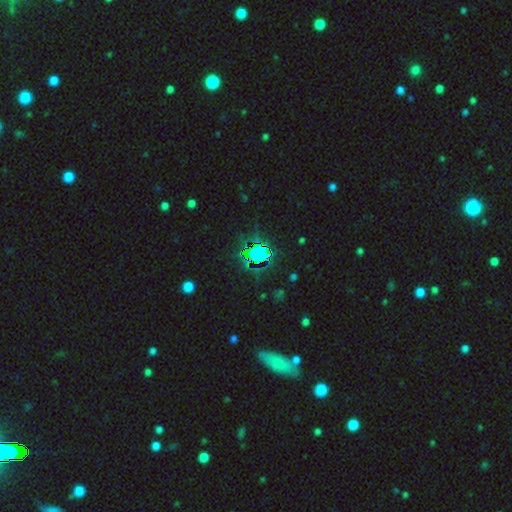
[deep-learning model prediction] Morphology: type=star or artifact (73%).